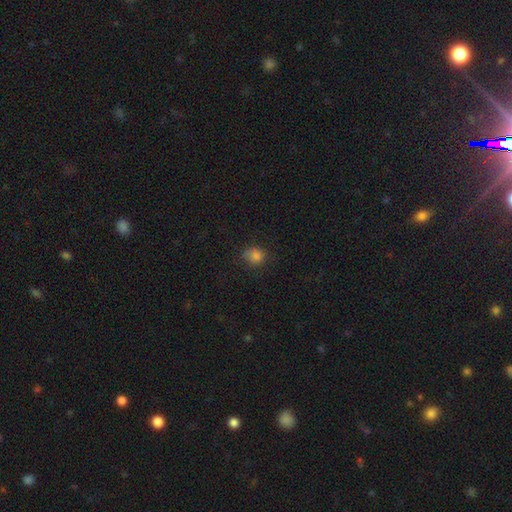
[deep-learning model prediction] smooth 78%, star or artifact 15%, featured or disk 7%. Down the decision tree: how rounded — round (64%); merging — none (66%).